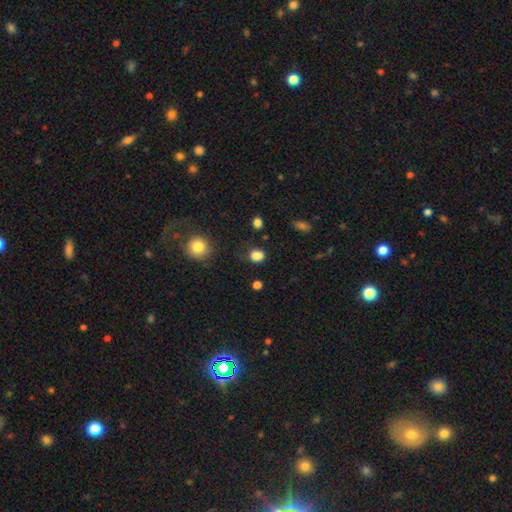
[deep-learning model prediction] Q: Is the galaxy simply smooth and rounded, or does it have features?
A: smooth — 81%.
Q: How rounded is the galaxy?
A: round — 62%.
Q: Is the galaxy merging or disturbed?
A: none — 66%.